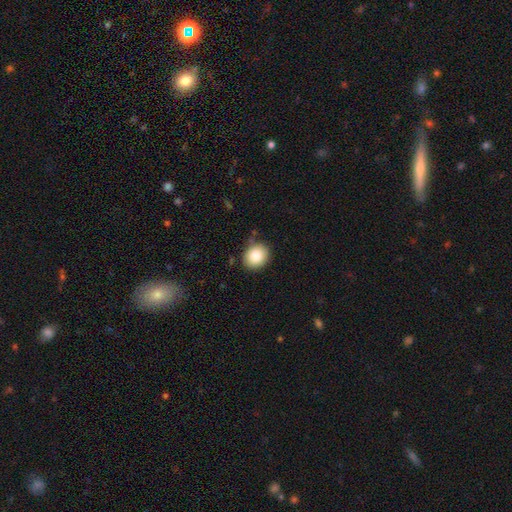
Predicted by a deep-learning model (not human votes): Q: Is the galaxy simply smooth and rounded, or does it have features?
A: smooth — 83%.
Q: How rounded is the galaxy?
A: round — 68%.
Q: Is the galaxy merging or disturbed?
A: none — 84%.